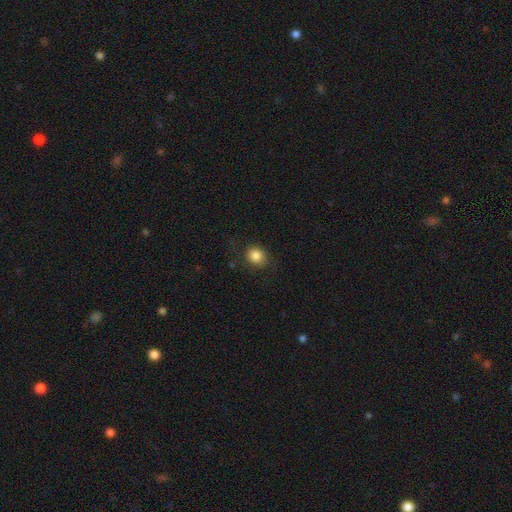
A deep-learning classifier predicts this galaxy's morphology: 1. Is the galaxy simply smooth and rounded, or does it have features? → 85% smooth, 10% star or artifact, 5% featured or disk.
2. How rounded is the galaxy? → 75% round, 24% in between, 1% cigar-shaped.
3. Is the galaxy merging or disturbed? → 82% none, 13% minor disturbance, 4% major disturbance, 1% merger.